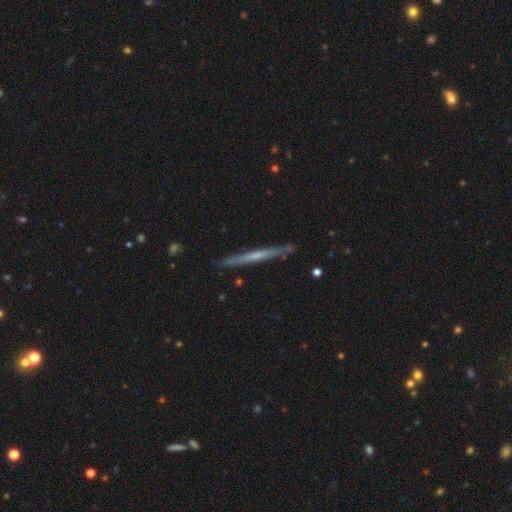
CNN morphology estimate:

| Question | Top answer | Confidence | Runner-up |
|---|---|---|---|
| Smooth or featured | featured or disk | 56% | smooth (39%) |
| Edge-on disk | yes | 97% | no (3%) |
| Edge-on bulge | none | 75% | rounded (19%) |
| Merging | none | 89% | minor disturbance (8%) |